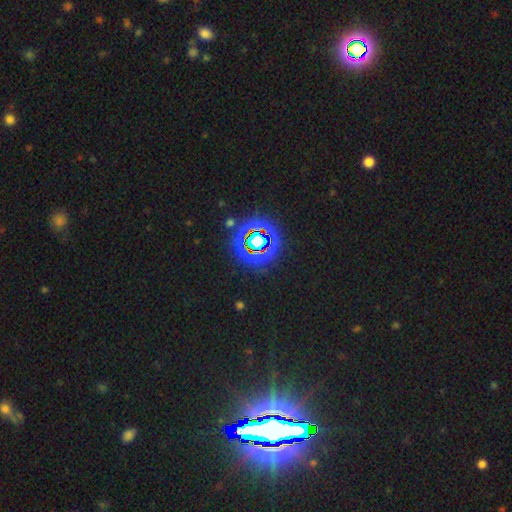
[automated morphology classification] This appears to be a star or artifact, not a galaxy (77%).